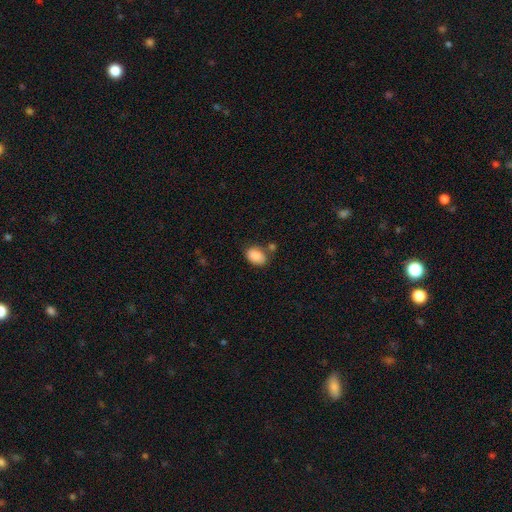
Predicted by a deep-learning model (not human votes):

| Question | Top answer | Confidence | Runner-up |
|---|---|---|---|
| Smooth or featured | smooth | 88% | star or artifact (7%) |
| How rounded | in between | 83% | round (16%) |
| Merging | none | 67% | minor disturbance (17%) |